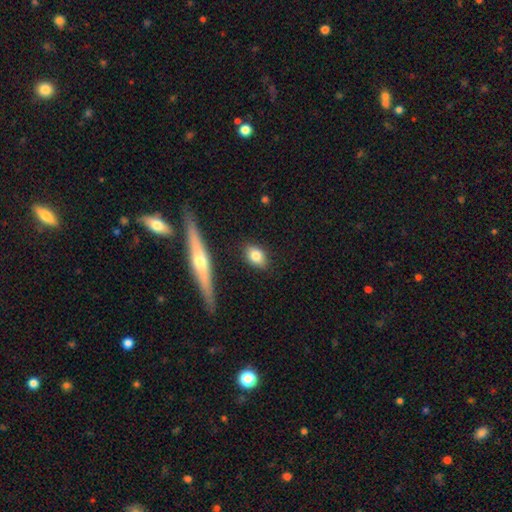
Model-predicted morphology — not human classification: Overall: smooth (79%). How rounded: in between (70%). Merging: none (86%).